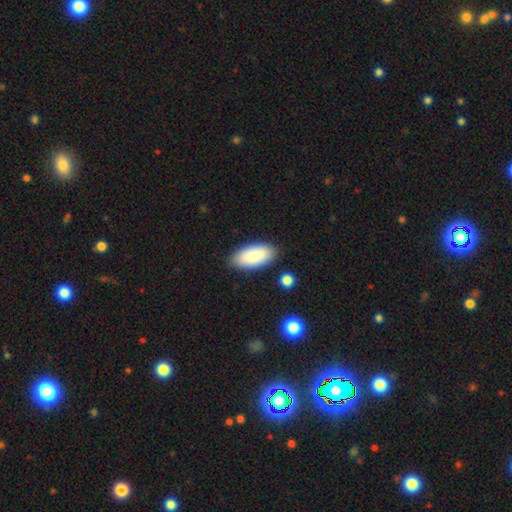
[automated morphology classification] type=smooth (88%); roundness=in between (92%); merging=none (86%).